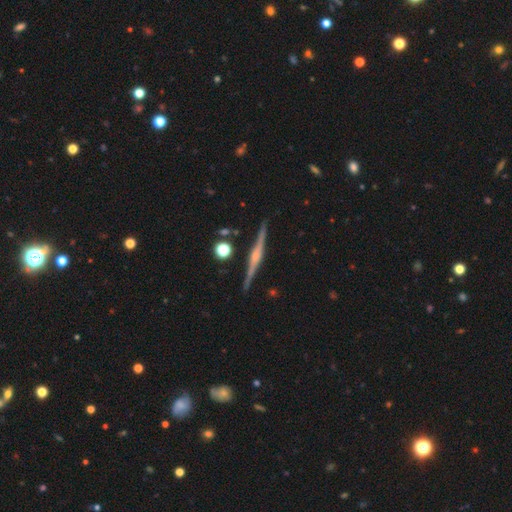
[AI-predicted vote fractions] Overall: featured or disk (85%). Edge-on disk: yes (98%). Edge-on bulge: rounded (72%). Merging: none (91%).